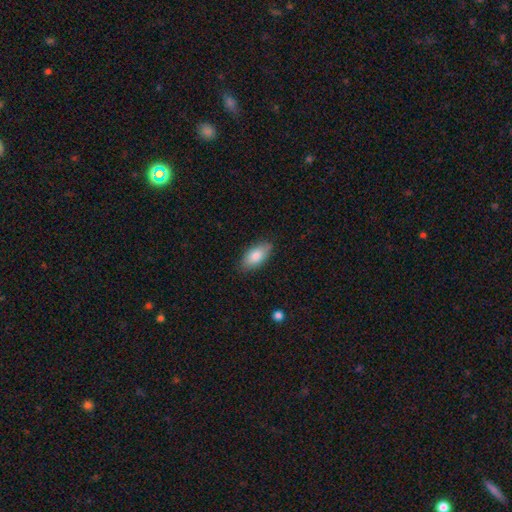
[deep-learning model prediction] The model was most divided on "merging": none: 83%, minor disturbance: 14%, major disturbance: 3%, merger: 1%. More confident: how rounded — in between (91%); smooth or featured — smooth (83%).